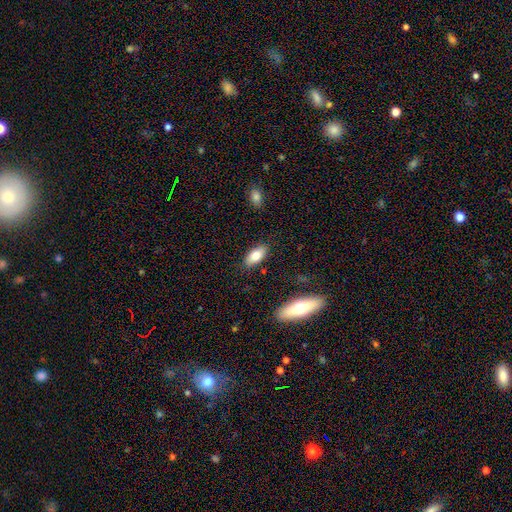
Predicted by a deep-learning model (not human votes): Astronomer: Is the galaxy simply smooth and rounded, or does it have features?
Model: smooth — 80%.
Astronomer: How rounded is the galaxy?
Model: in between — 89%.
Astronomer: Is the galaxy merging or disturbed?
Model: none — 85%.